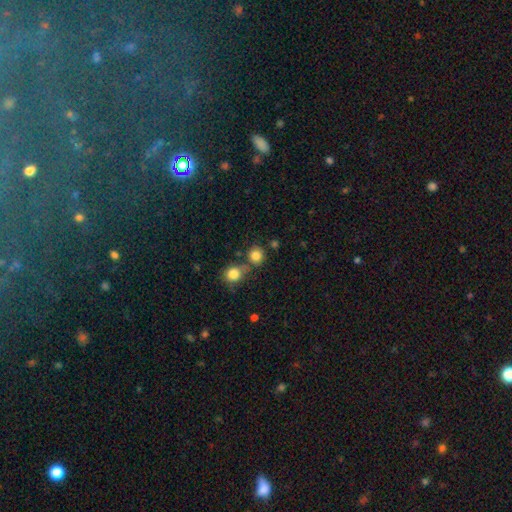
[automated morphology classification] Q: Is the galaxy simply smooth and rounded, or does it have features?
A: smooth — 83%.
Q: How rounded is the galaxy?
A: round — 88%.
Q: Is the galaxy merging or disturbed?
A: none — 64%.